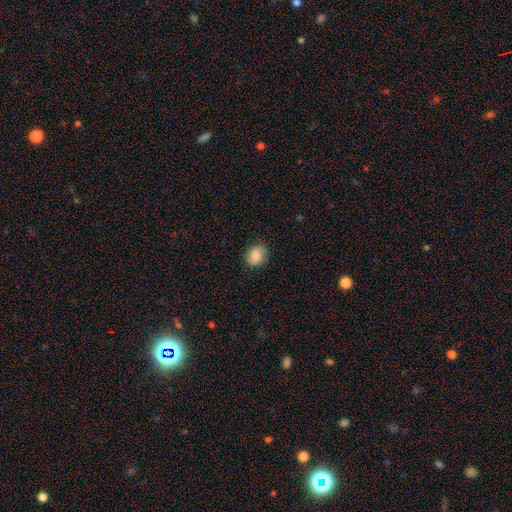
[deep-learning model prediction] The model was most divided on "how rounded": round: 69%, in between: 31%, cigar-shaped: 1%. More confident: smooth or featured — smooth (85%); merging — none (82%).